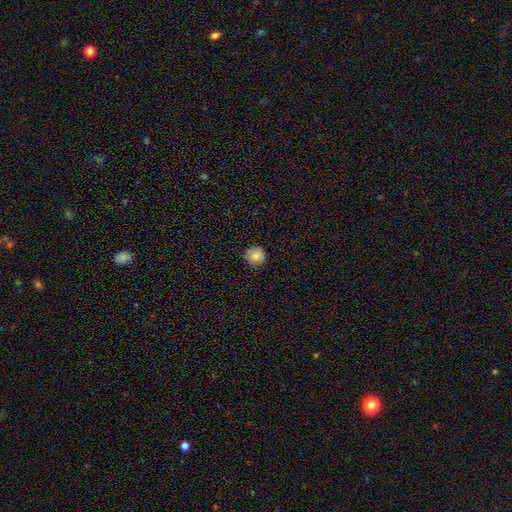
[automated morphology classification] smooth_or_featured: smooth (p=0.82) [alt: star or artifact p=0.09]
how_rounded: round (p=0.91) [alt: in between p=0.08]
merging: none (p=0.79) [alt: minor disturbance p=0.17]